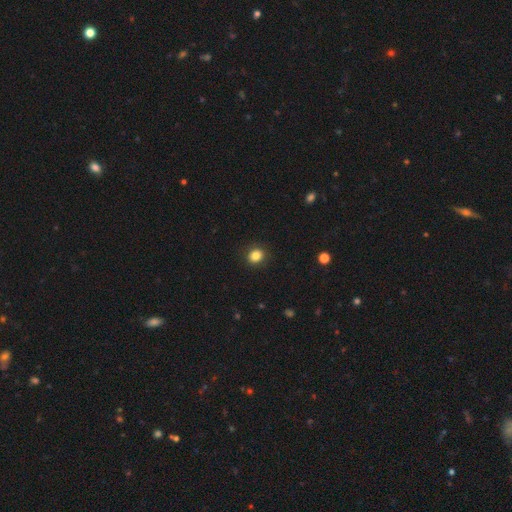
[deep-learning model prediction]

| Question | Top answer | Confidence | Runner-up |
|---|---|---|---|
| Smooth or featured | smooth | 85% | star or artifact (11%) |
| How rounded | round | 65% | in between (34%) |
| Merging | none | 89% | minor disturbance (8%) |